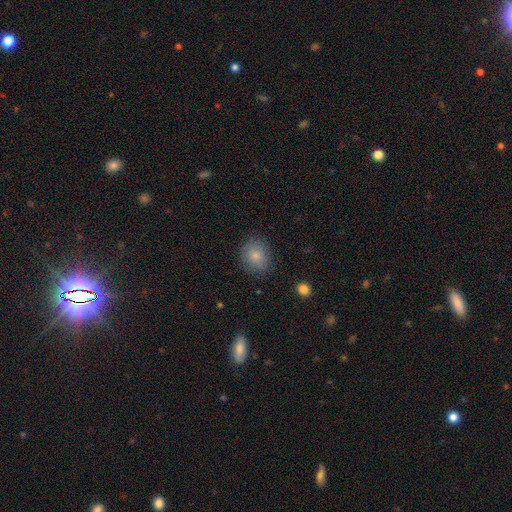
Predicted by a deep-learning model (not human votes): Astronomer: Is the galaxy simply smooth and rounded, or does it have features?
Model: smooth — 82%.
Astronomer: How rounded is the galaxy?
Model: round — 67%.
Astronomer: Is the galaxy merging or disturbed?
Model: none — 83%.